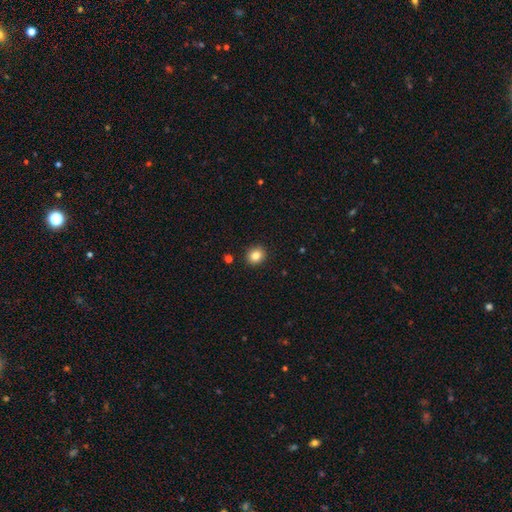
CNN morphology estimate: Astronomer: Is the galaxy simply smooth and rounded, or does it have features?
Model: smooth — 83%.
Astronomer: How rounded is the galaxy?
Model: round — 82%.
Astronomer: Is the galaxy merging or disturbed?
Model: none — 91%.